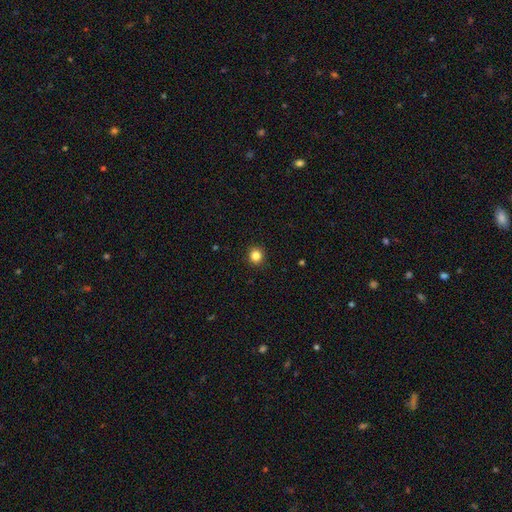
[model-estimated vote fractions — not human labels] Morphology: type=smooth (84%); roundness=round (93%); merging=none (93%).